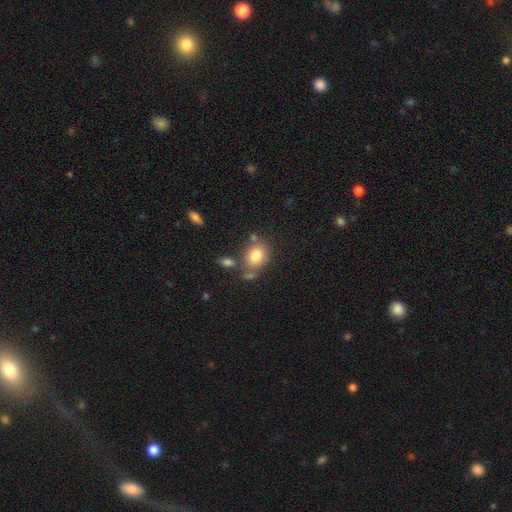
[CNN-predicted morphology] smooth_or_featured: smooth (p=0.79) [alt: featured or disk p=0.11]
how_rounded: round (p=0.53) [alt: in between p=0.46]
merging: none (p=0.66) [alt: minor disturbance p=0.15]